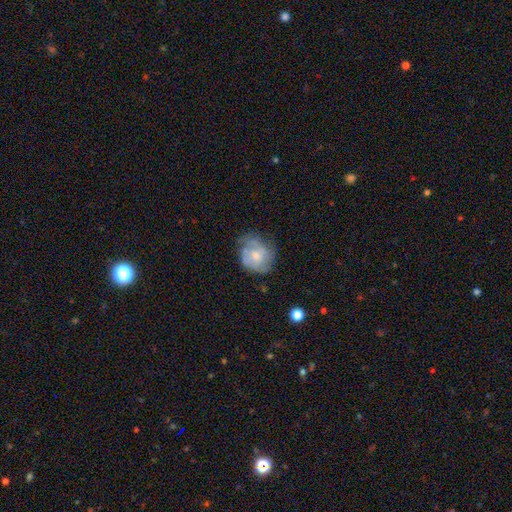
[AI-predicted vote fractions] Q: Smooth or featured?
A: featured or disk (51%); runner-up: smooth (42%)
Q: Edge-on disk?
A: no (97%); runner-up: yes (3%)
Q: Merging?
A: none (52%); runner-up: minor disturbance (30%)